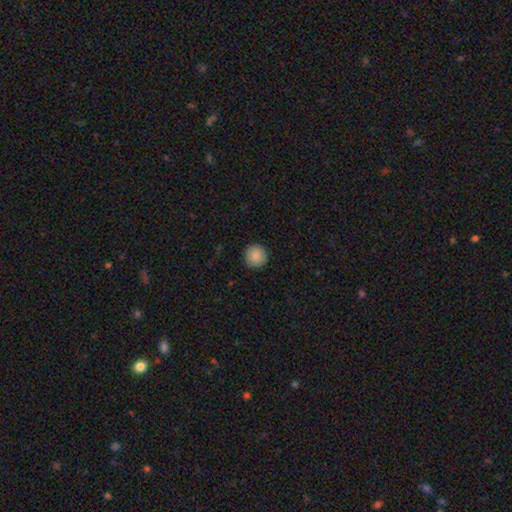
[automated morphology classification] A smooth galaxy with no disk features (87%) that is round (96%). Merging: none (92%).